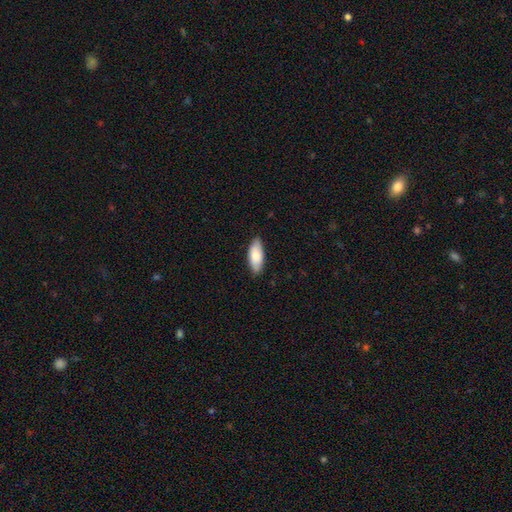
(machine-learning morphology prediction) Smooth or featured: smooth — 81% (featured or disk — 14%)
How rounded: in between — 84% (cigar-shaped — 14%)
Merging: none — 84% (minor disturbance — 13%)